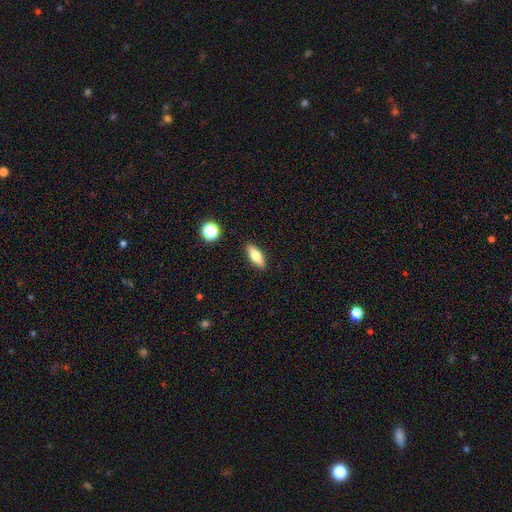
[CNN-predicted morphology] The model was most divided on "how rounded": in between: 65%, cigar-shaped: 31%, round: 4%. More confident: merging — none (89%); smooth or featured — smooth (68%).